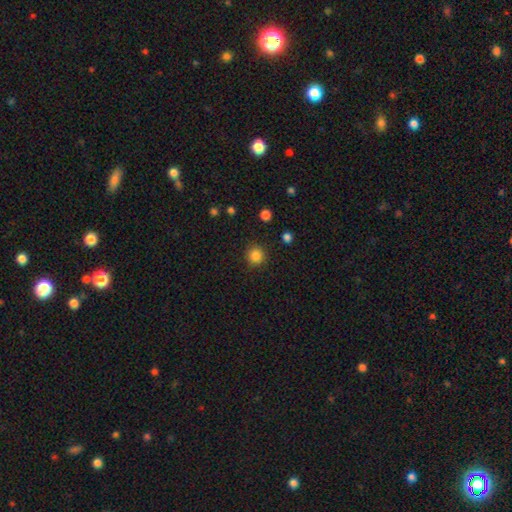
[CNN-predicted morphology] Q: Smooth or featured?
A: smooth (85%); runner-up: star or artifact (11%)
Q: How rounded?
A: round (92%); runner-up: in between (7%)
Q: Merging?
A: none (90%); runner-up: minor disturbance (7%)